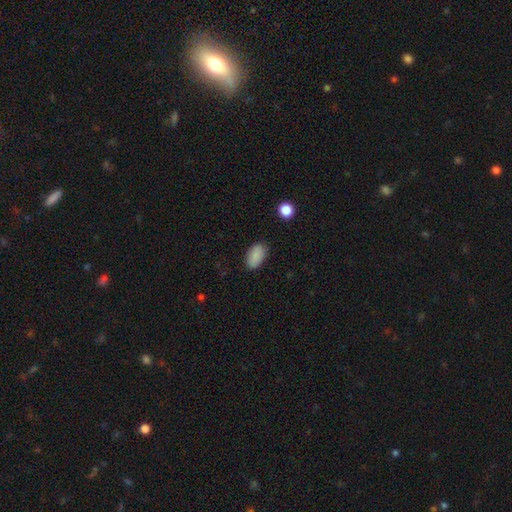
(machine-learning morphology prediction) Q: Smooth or featured?
A: smooth (88%); runner-up: star or artifact (8%)
Q: How rounded?
A: in between (93%); runner-up: round (5%)
Q: Merging?
A: none (85%); runner-up: minor disturbance (11%)